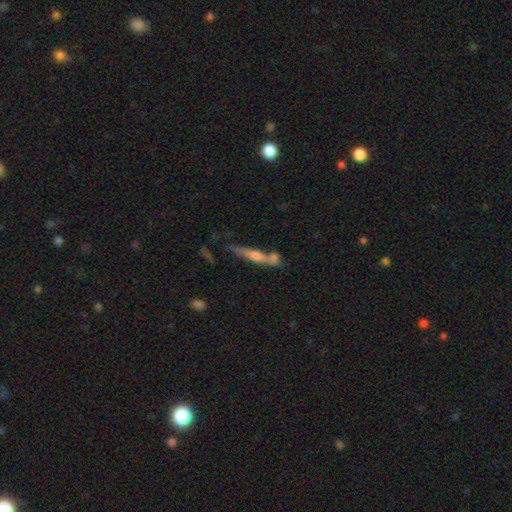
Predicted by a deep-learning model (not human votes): Smooth or featured? featured or disk (54%)
Edge-on disk? yes (86%)
Merging? none (49%)